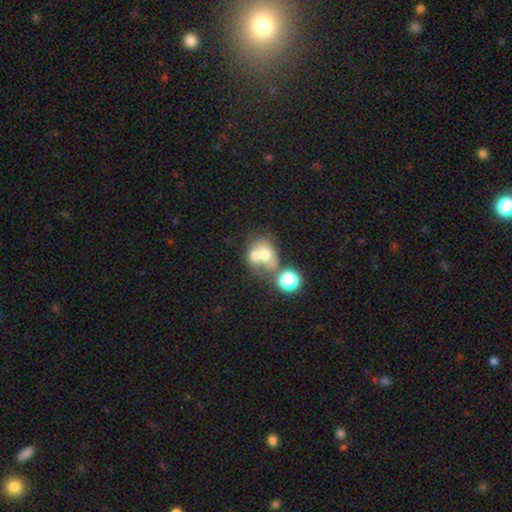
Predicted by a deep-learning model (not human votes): This appears to be a smooth galaxy with no disk features (58%) that is round (60%). Merging: merger (64%).